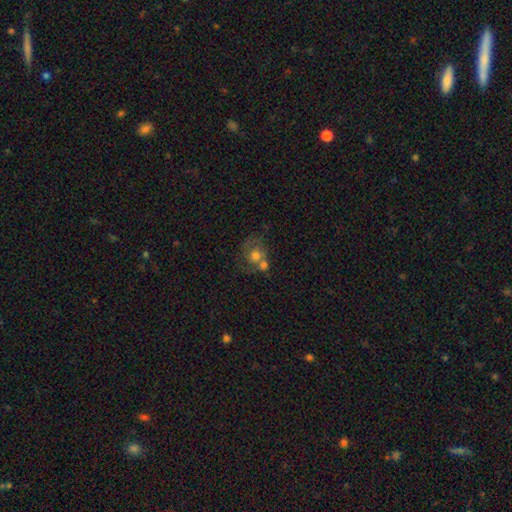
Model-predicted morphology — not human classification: Smooth or featured? Predicted: smooth (p=0.60). How rounded? Predicted: round (p=0.76). Merging? Predicted: merger (p=0.45).